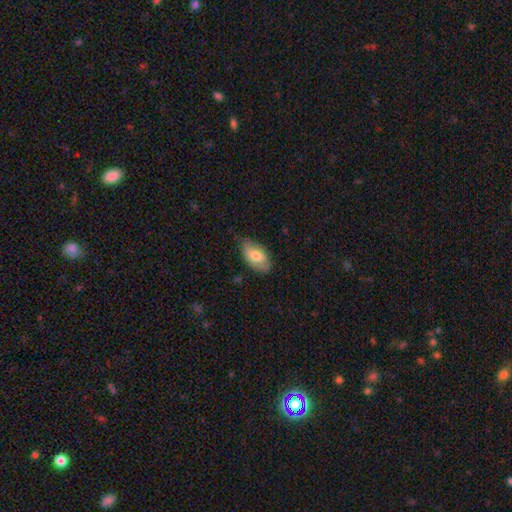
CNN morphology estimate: This appears to be a smooth galaxy with no disk features (75%) that is in between round and cigar-shaped (93%). Merging: none (74%).